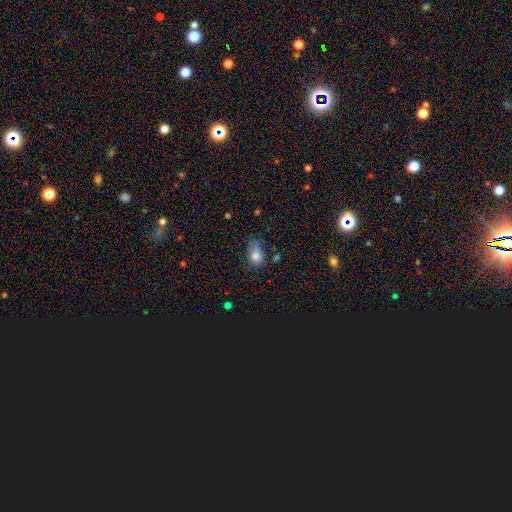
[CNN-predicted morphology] type=smooth (76%); roundness=in between (72%); merging=none (40%).